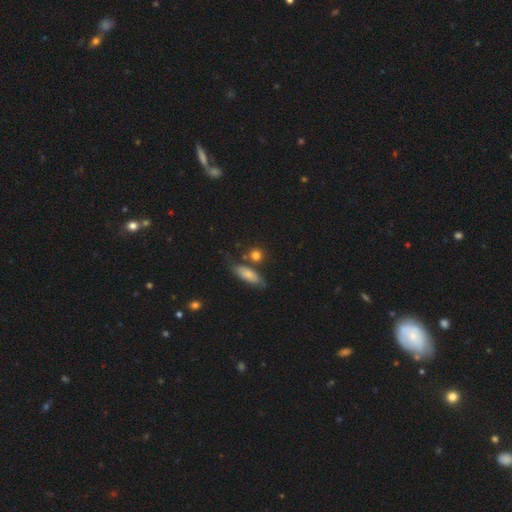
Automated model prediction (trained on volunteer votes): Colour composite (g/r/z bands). It shows a smooth galaxy with no disk features (79%) that is round (71%). Merging: none (69%).